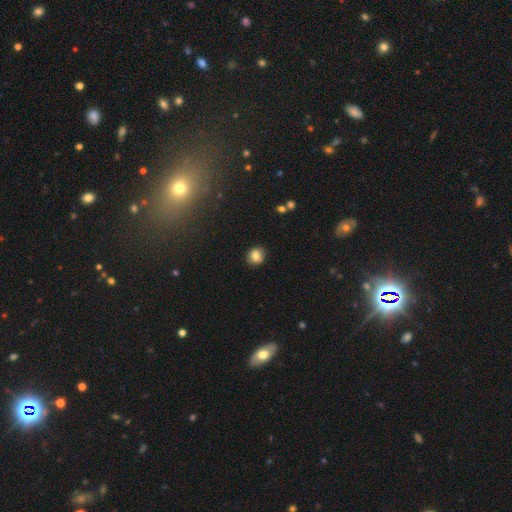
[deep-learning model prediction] A smooth galaxy with no disk features (81%) that is round (80%).

Vote fractions:
- Smooth or featured? smooth: 81% / star or artifact: 10% / featured or disk: 9%
- How rounded? round: 80% / in between: 19% / cigar-shaped: 1%
- Merging? none: 88% / minor disturbance: 9% / major disturbance: 2% / merger: 1%